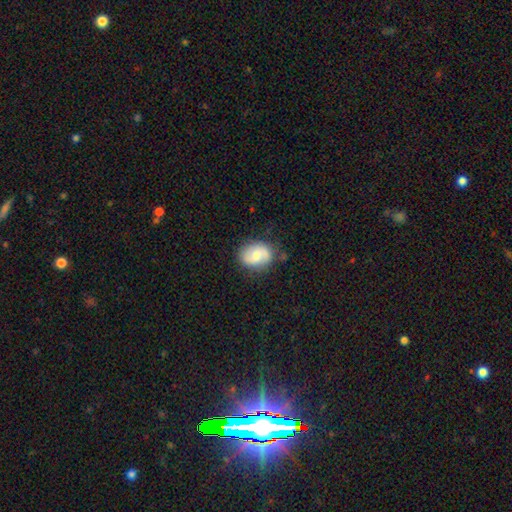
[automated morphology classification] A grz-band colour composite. It shows a smooth galaxy with no disk features (49%). Merging: none (71%).